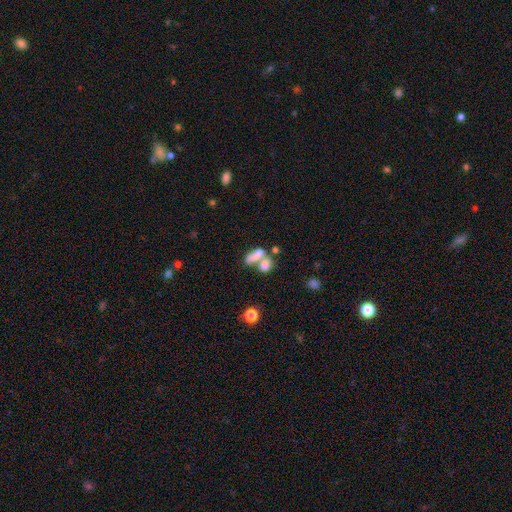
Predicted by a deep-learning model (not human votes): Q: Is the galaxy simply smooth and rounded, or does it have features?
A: smooth — 71%.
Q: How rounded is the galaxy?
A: in between — 73%.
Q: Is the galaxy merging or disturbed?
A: merger — 60%.